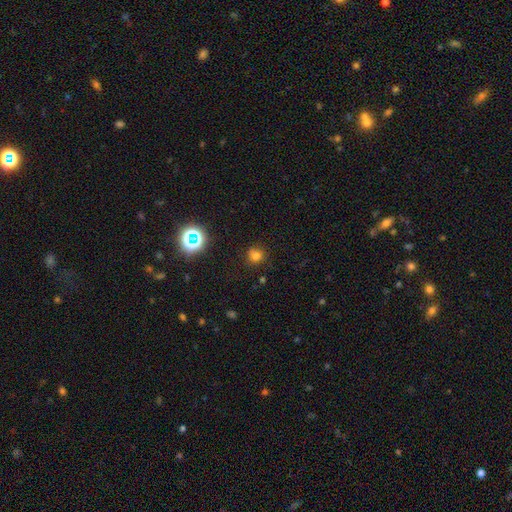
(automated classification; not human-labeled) Smooth or featured? Predicted: smooth (p=0.71). How rounded? Predicted: round (p=0.86). Merging? Predicted: none (p=0.76).